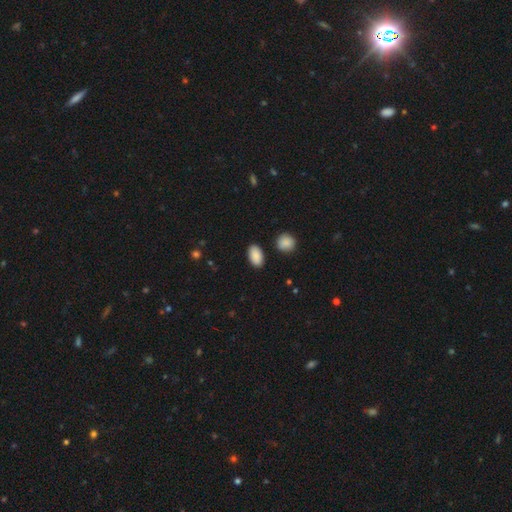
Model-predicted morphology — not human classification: smooth-or-featured: smooth: 89% | star or artifact: 7% | featured or disk: 4%
  how-rounded: in between: 92% | round: 5% | cigar-shaped: 2%
  merging: none: 88% | minor disturbance: 7% | merger: 2% | major disturbance: 2%